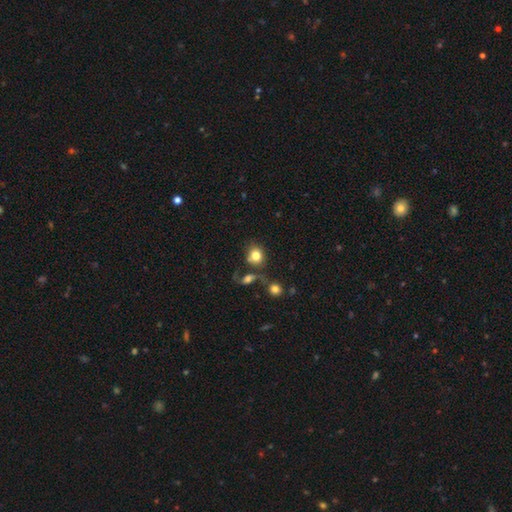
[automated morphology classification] smooth 78%, featured or disk 12%, star or artifact 10%. Down the decision tree: how rounded — round (70%); merging — none (56%).